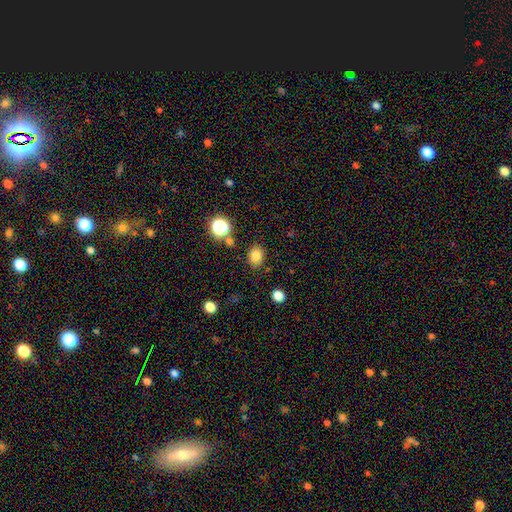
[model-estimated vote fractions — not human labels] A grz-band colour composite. It shows a smooth galaxy with no disk features (81%) that is round (60%). Merging: none (81%).